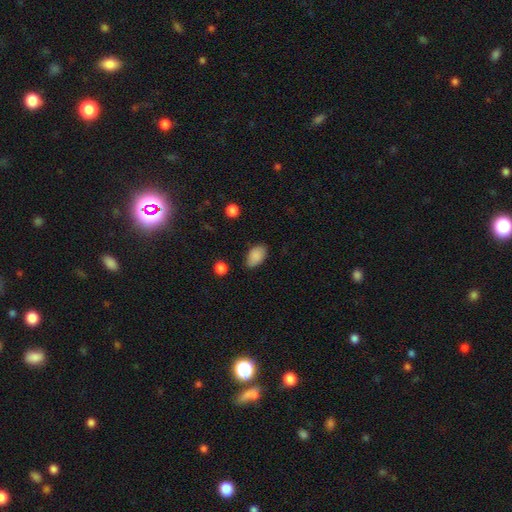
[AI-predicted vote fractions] Q: Smooth or featured?
A: smooth (87%); runner-up: star or artifact (8%)
Q: How rounded?
A: in between (91%); runner-up: round (7%)
Q: Merging?
A: none (77%); runner-up: minor disturbance (18%)